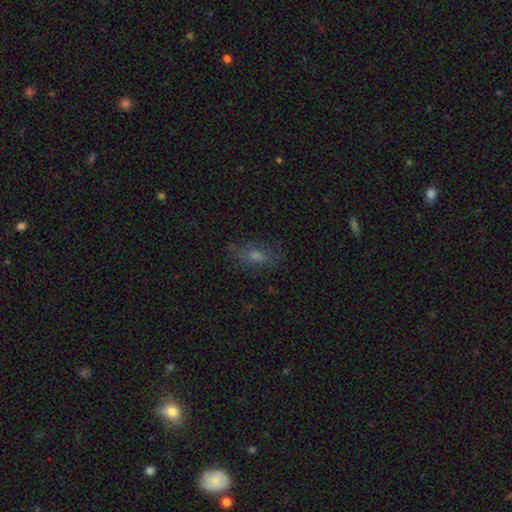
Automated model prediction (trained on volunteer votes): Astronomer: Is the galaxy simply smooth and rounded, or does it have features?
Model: smooth — 53%.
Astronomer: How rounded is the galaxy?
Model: in between — 70%.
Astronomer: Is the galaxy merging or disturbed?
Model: none — 69%.